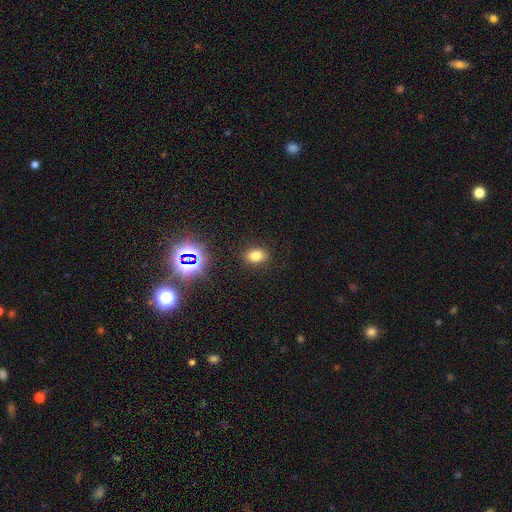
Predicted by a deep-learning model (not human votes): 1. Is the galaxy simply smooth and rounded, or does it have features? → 74% smooth, 19% star or artifact, 8% featured or disk.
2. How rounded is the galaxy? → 74% in between, 25% round, 2% cigar-shaped.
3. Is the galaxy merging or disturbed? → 87% none, 8% minor disturbance, 3% major disturbance, 1% merger.